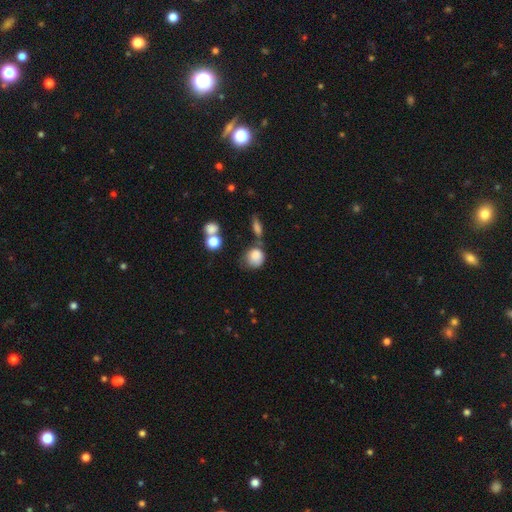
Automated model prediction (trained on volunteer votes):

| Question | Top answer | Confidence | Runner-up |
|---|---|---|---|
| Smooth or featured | smooth | 82% | star or artifact (10%) |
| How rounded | round | 75% | in between (23%) |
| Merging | none | 46% | minor disturbance (25%) |